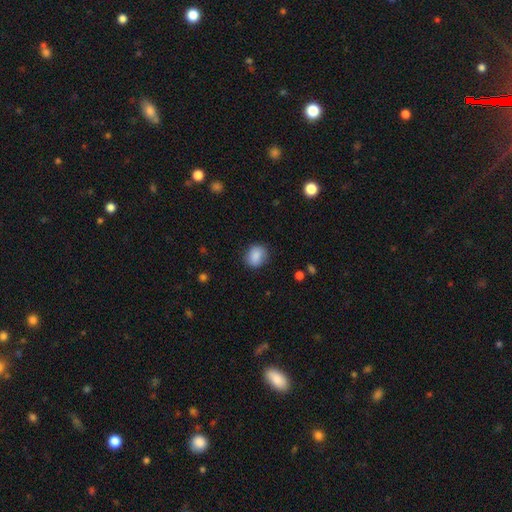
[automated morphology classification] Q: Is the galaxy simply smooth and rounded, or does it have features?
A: smooth — 86%.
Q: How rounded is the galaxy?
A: round — 64%.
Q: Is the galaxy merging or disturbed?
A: none — 80%.